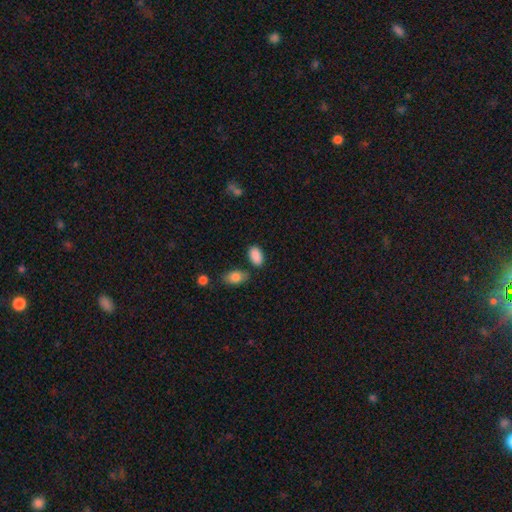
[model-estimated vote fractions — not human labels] A smooth galaxy with no disk features (89%) that is in between round and cigar-shaped (93%). Merging: none (76%).